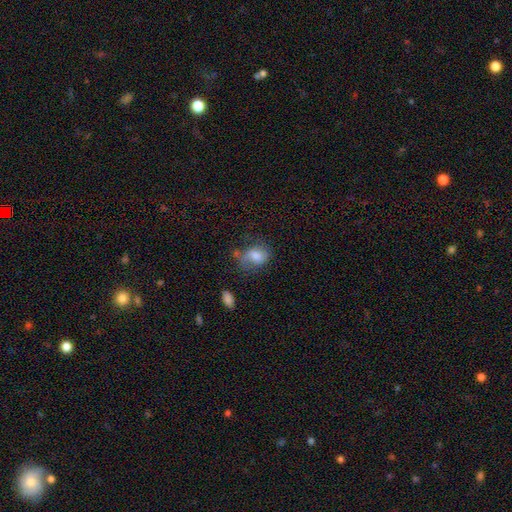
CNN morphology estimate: Smooth or featured?
  - smooth: 73% *
  - featured or disk: 18%
  - star or artifact: 10%
How rounded?
  - in between: 70% *
  - round: 28%
  - cigar-shaped: 2%
Merging?
  - none: 43% *
  - minor disturbance: 30%
  - major disturbance: 18%
  - merger: 9%